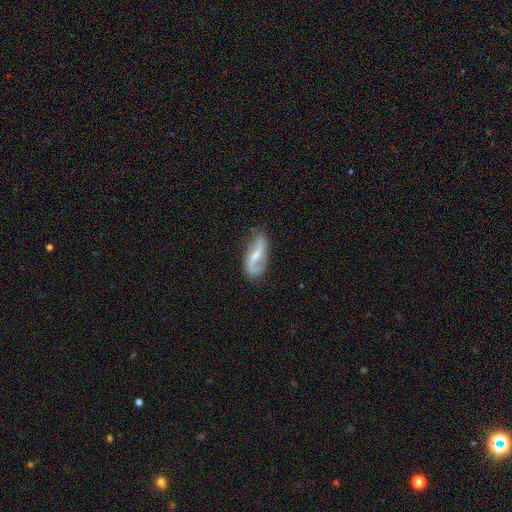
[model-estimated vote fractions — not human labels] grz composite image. It shows a featured or disk galaxy (75%) with a weak bar (43%), 2 (82%) loose (68%) spiral arms (89%) and a small central bulge (48%). Merging: none (68%).